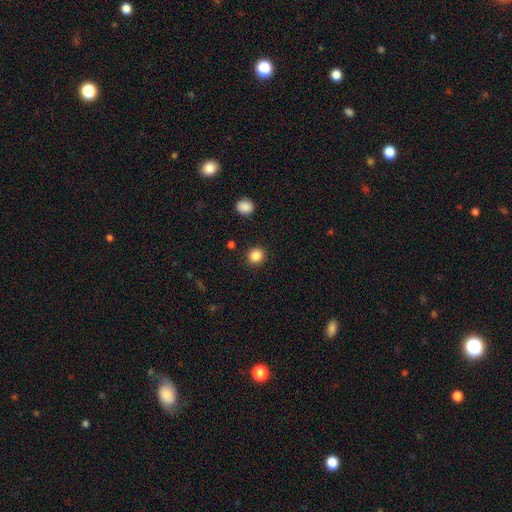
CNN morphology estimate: smooth_or_featured: smooth (p=0.86) [alt: star or artifact p=0.11]
how_rounded: round (p=0.88) [alt: in between p=0.11]
merging: none (p=0.91) [alt: minor disturbance p=0.05]